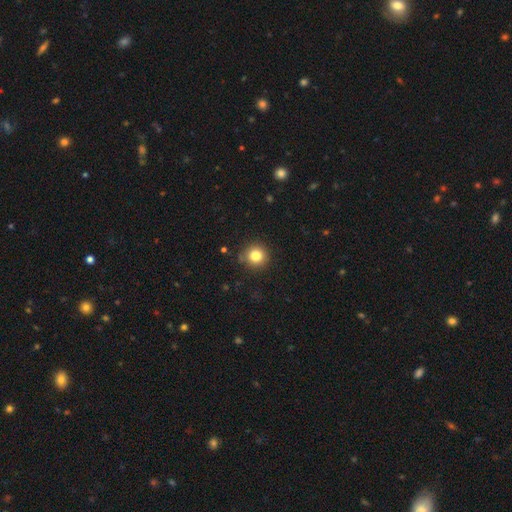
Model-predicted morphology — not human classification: A smooth galaxy with no disk features (82%) that is round (94%). Merging: none (88%).